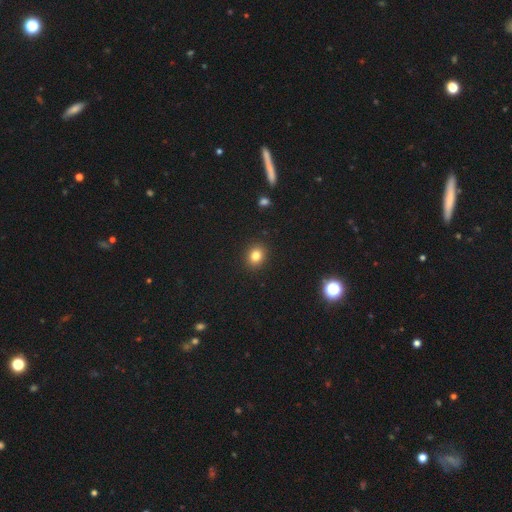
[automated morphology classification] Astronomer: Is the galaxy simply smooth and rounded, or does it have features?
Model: smooth — 81%.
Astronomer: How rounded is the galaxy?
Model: round — 67%.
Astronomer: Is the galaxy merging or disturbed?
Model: none — 91%.